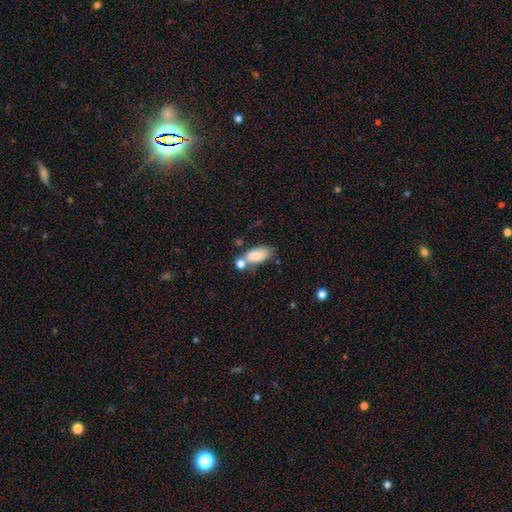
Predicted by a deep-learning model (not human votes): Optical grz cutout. It shows a smooth galaxy with no disk features (81%) that is in between round and cigar-shaped (89%). Merging: none (44%).